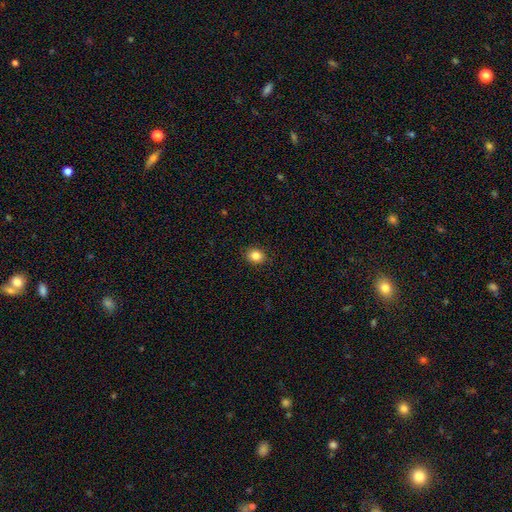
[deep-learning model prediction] The model was most divided on "how rounded": round: 56%, in between: 43%, cigar-shaped: 1%. More confident: merging — none (89%); smooth or featured — smooth (85%).